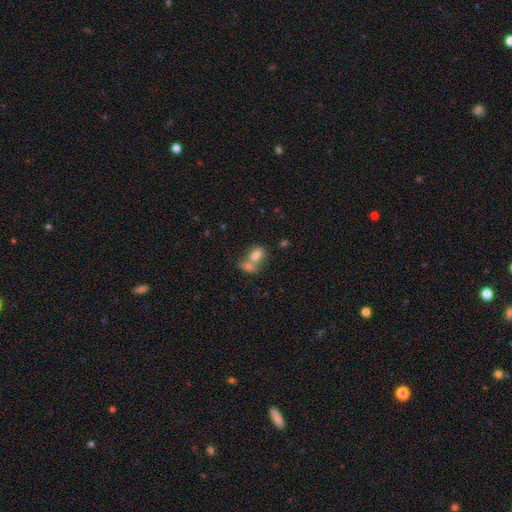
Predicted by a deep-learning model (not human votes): A smooth galaxy with no disk features (79%) that is in between round and cigar-shaped (84%).

Vote fractions:
- Smooth or featured? smooth: 79% / featured or disk: 12% / star or artifact: 9%
- How rounded? in between: 84% / round: 13% / cigar-shaped: 2%
- Merging? merger: 63% / none: 23% / minor disturbance: 8% / major disturbance: 5%